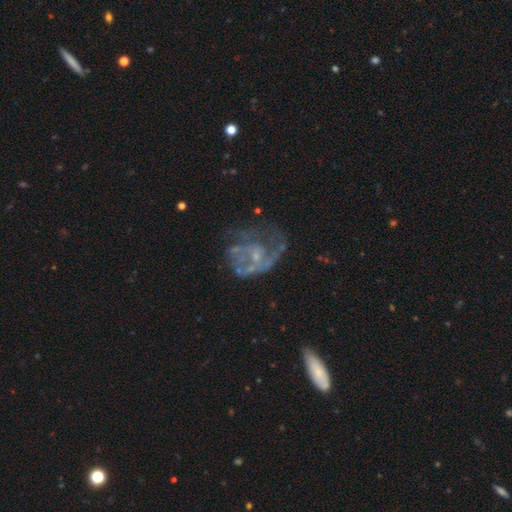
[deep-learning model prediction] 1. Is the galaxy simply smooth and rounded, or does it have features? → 74% featured or disk, 14% smooth, 11% star or artifact.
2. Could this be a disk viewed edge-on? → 98% no, 2% yes.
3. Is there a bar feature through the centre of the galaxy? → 76% no, 21% weak, 4% strong.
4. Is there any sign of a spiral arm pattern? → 57% yes, 43% no.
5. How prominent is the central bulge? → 56% small, 26% none, 16% moderate, 1% large, 1% dominant.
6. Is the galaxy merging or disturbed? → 39% major disturbance, 37% none, 19% minor disturbance, 5% merger.